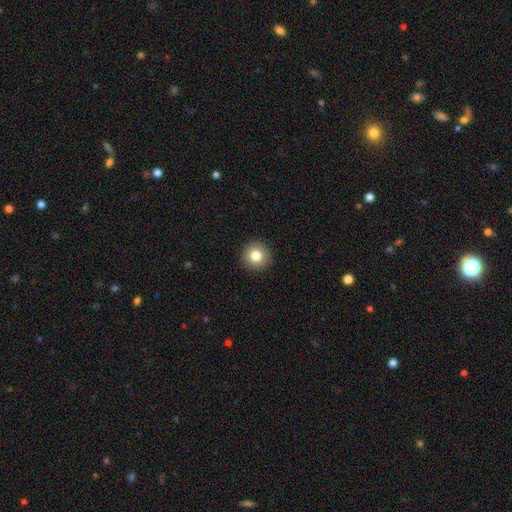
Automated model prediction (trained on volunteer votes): smooth-or-featured: smooth: 81% | star or artifact: 10% | featured or disk: 9%
  how-rounded: round: 96% | in between: 4% | cigar-shaped: 1%
  merging: none: 93% | minor disturbance: 4% | major disturbance: 2% | merger: 1%